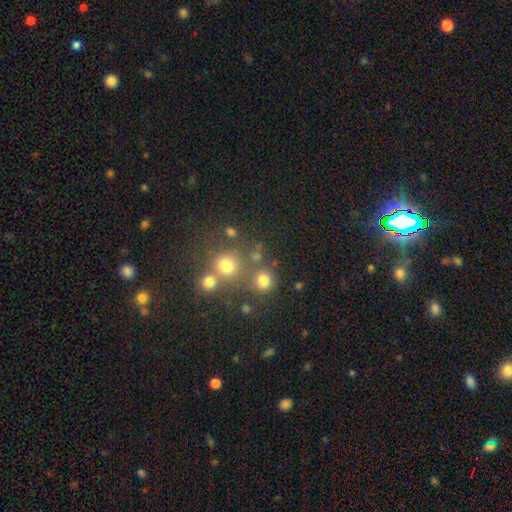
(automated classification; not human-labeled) smooth-or-featured: smooth: 68% | star or artifact: 22% | featured or disk: 10%
  how-rounded: round: 88% | in between: 10% | cigar-shaped: 1%
  merging: none: 66% | merger: 22% | minor disturbance: 8% | major disturbance: 4%